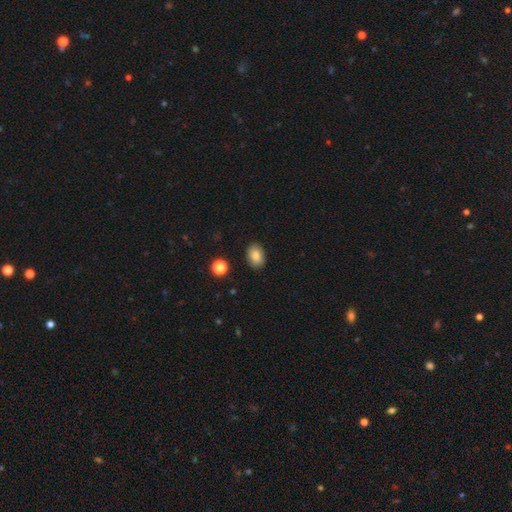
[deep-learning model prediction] Smooth or featured? Predicted: smooth (p=0.86). How rounded? Predicted: in between (p=0.80). Merging? Predicted: none (p=0.88).